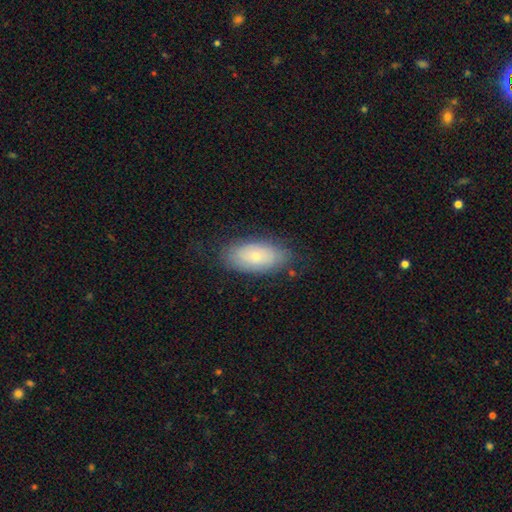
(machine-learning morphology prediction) Smooth or featured: smooth — 65% (featured or disk — 28%)
How rounded: in between — 91% (cigar-shaped — 6%)
Merging: none — 76% (minor disturbance — 18%)